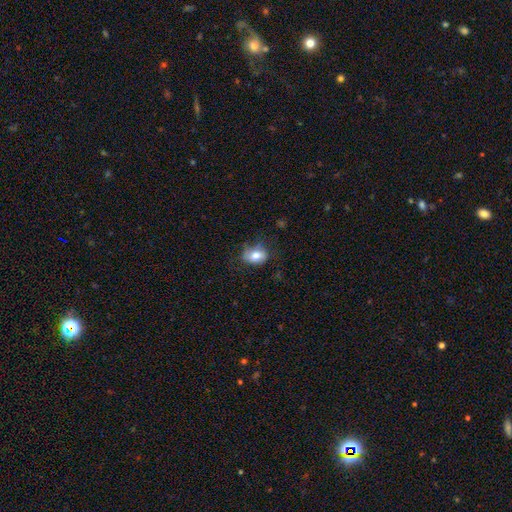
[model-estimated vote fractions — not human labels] Overall: smooth (76%). How rounded: in between (67%; round 32%). Merging: none (61%; minor disturbance 27%).